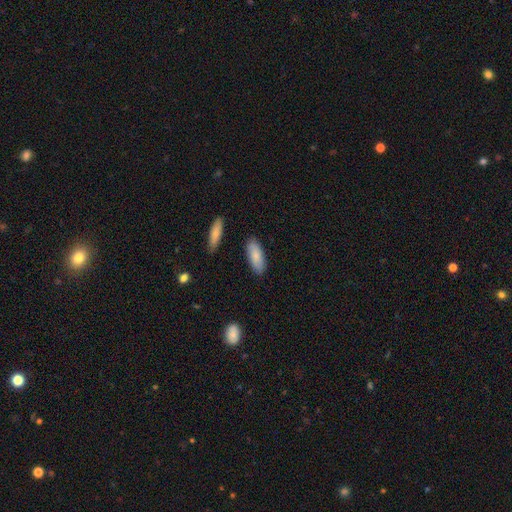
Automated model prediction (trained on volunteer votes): The model was most divided on "how rounded": in between: 78%, cigar-shaped: 21%, round: 2%. More confident: merging — none (85%); smooth or featured — smooth (84%).